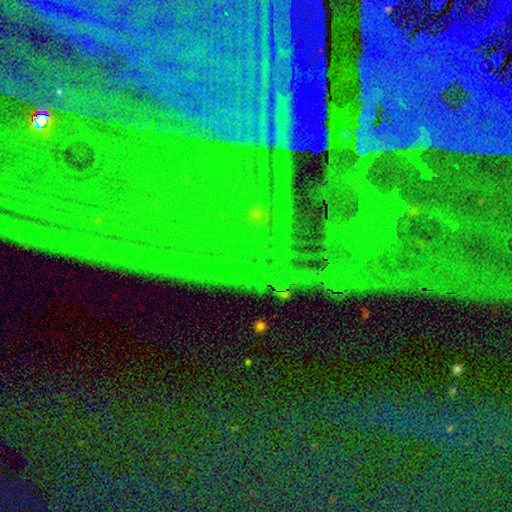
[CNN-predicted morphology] smooth_or_featured: star or artifact (p=0.87) [alt: featured or disk p=0.07]